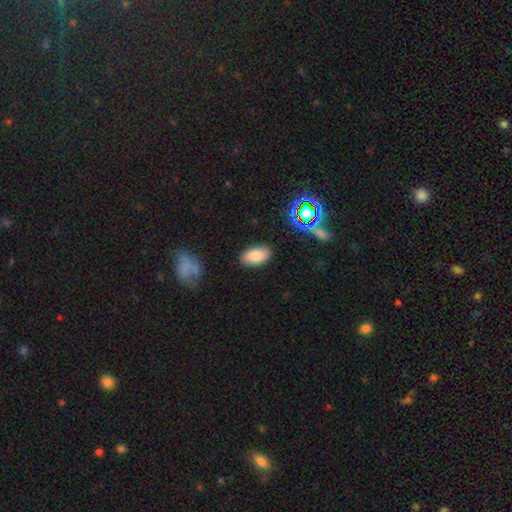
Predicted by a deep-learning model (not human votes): Smooth or featured? smooth (84%)
How rounded? in between (94%)
Merging? none (86%)